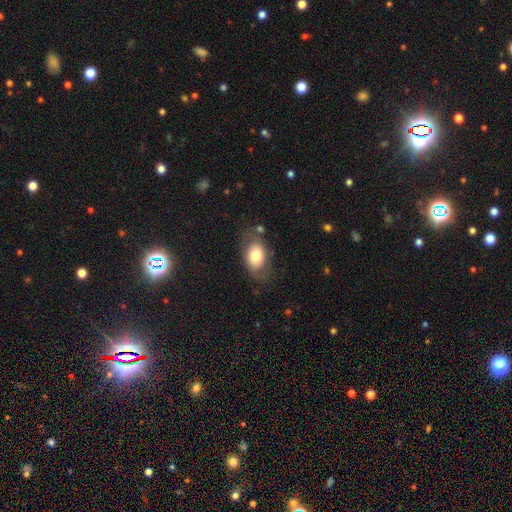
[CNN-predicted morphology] Smooth or featured: smooth — 73% (featured or disk — 19%)
How rounded: in between — 82% (round — 17%)
Merging: none — 66% (minor disturbance — 21%)